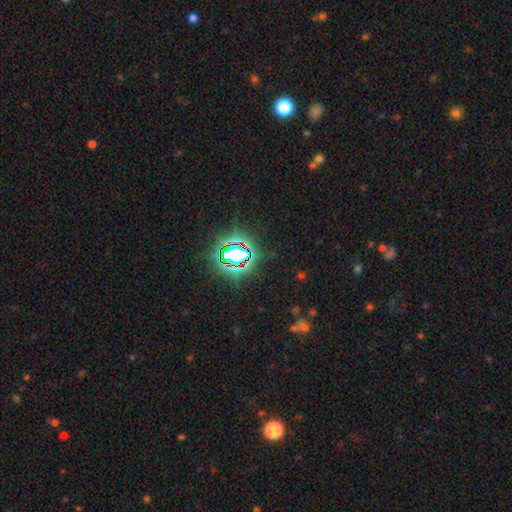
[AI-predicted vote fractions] Overall: star or artifact (78%).